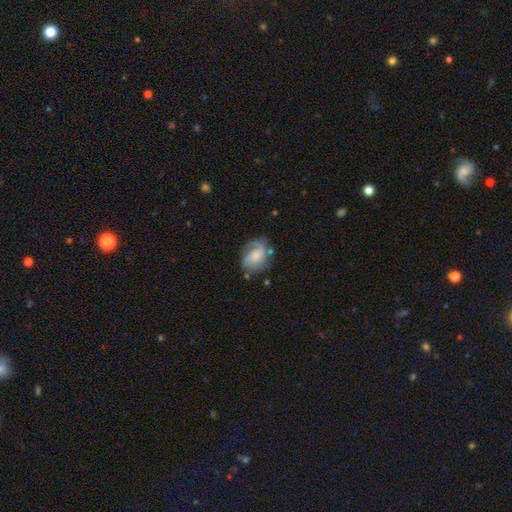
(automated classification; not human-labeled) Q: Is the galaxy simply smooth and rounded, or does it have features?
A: featured or disk — 56%.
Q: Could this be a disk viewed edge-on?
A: no — 97%.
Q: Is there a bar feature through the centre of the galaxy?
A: no — 66%.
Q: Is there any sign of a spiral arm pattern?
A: yes — 83%.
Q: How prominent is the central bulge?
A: small — 42%.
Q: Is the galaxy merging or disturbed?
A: none — 50%.